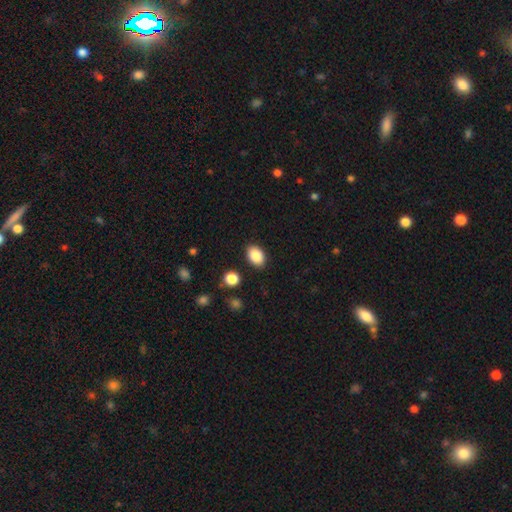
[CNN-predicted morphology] Q: Smooth or featured?
A: smooth (87%); runner-up: star or artifact (8%)
Q: How rounded?
A: in between (83%); runner-up: round (16%)
Q: Merging?
A: none (87%); runner-up: minor disturbance (9%)